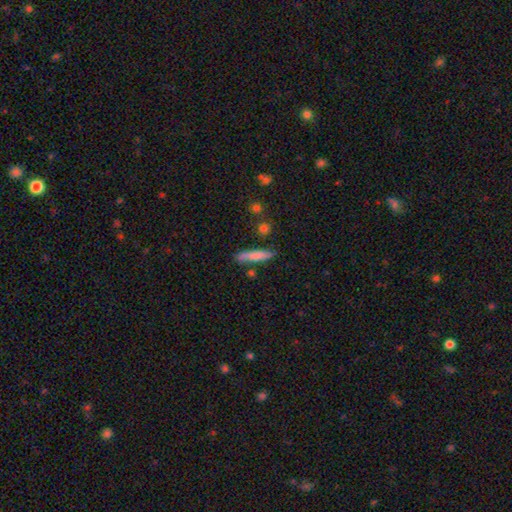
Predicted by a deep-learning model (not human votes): A smooth galaxy with no disk features (73%) that is cigar-shaped (86%). Merging: none (75%).